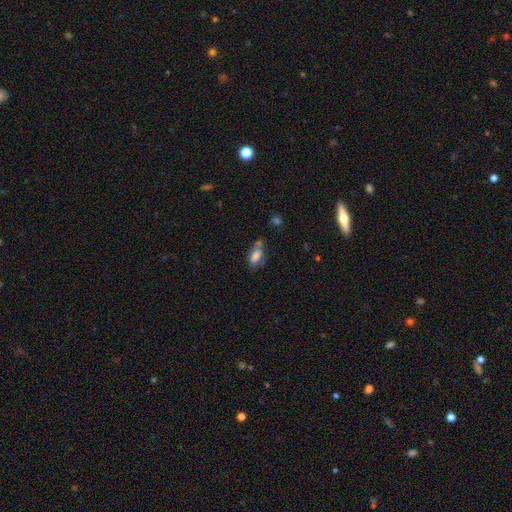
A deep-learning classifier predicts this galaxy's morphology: smooth 71%, featured or disk 19%, star or artifact 10%. Down the decision tree: how rounded — in between (88%); merging — none (45%).